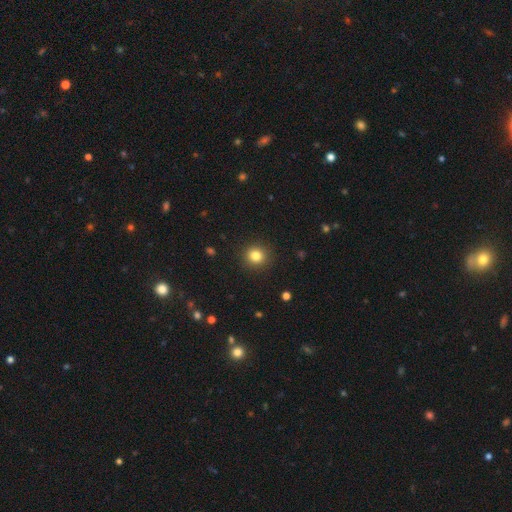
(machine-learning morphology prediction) The model was most divided on "smooth or featured": smooth: 83%, star or artifact: 11%, featured or disk: 5%. More confident: merging — none (91%); how rounded — round (91%).